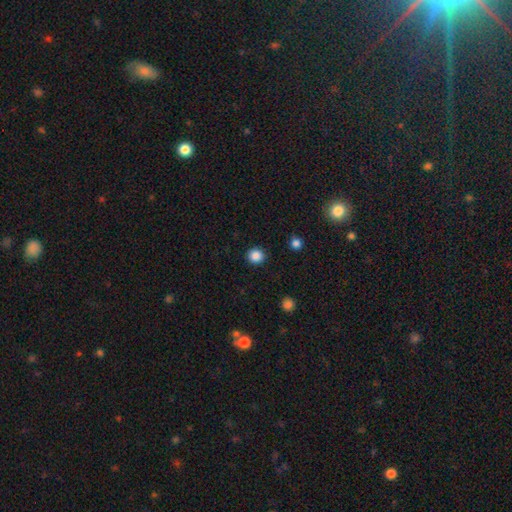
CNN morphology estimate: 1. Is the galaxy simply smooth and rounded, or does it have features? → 86% smooth, 11% star or artifact, 3% featured or disk.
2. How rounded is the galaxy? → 89% round, 10% in between, 1% cigar-shaped.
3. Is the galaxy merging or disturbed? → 91% none, 6% minor disturbance, 2% major disturbance, 1% merger.